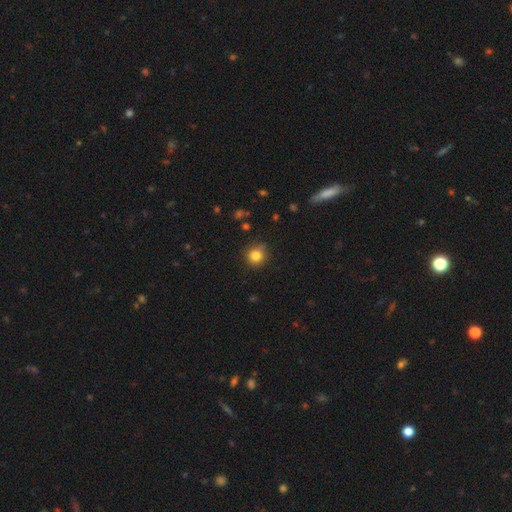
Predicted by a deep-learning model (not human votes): Overall: smooth (83%). How rounded: round (92%). Merging: none (84%).